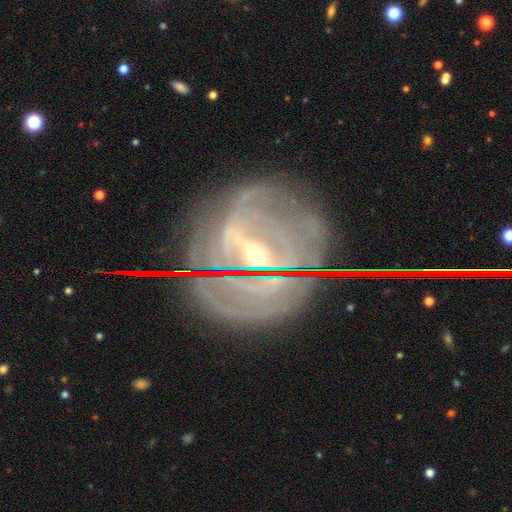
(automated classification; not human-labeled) Morphology: type=featured or disk (81%); edge-on=no (92%); bar=strong (52%); spiral arms=yes (83%); winding=tight (58%); arm count=can't tell (41%); bulge=small (62%); merging=none (66%).